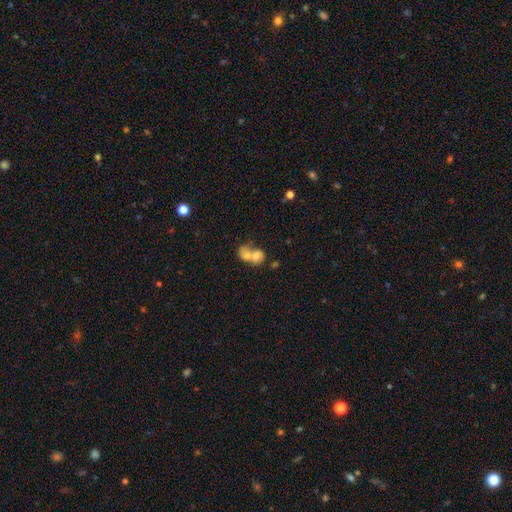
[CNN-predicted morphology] smooth-or-featured: smooth: 66% | featured or disk: 25% | star or artifact: 9%
  how-rounded: in between: 52% | round: 46% | cigar-shaped: 1%
  merging: merger: 79% | none: 13% | minor disturbance: 5% | major disturbance: 4%